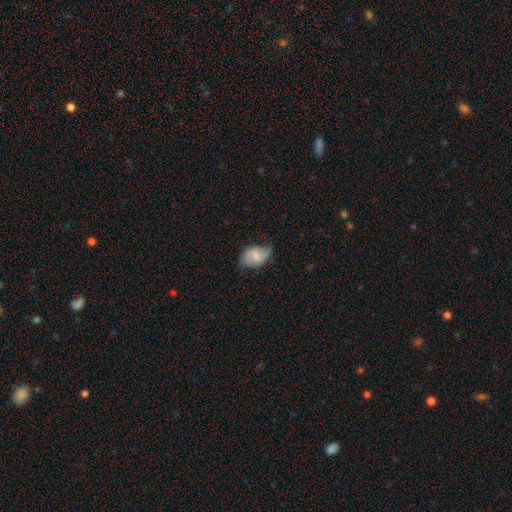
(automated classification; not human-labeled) smooth 53%, featured or disk 39%, star or artifact 7%. Down the decision tree: how rounded — in between (85%); merging — none (62%).